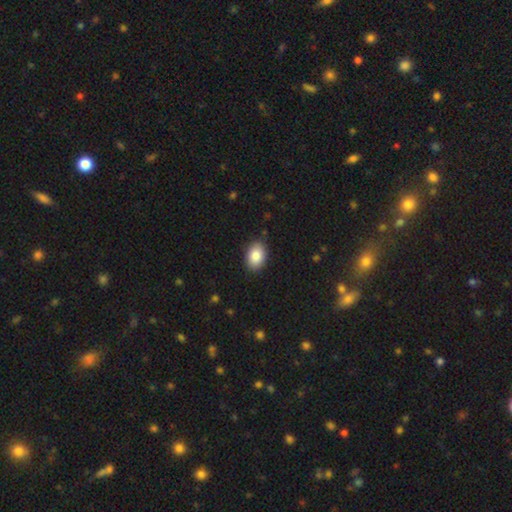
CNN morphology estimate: This is clearly a smooth galaxy (87%). How rounded: clearly in between (86%). Merging: clearly none (88%).